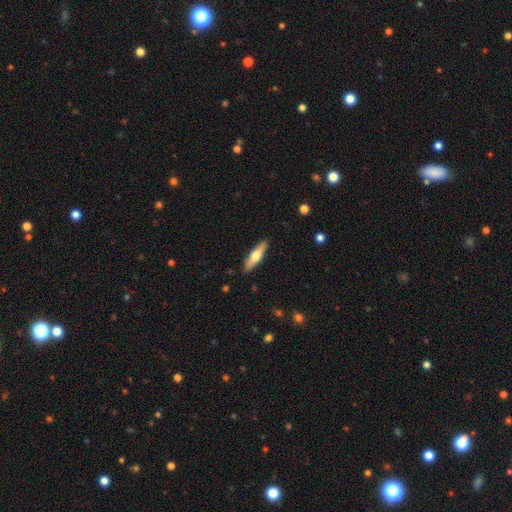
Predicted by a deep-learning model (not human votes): Smooth or featured? smooth (55%)
How rounded? cigar-shaped (67%)
Merging? none (89%)